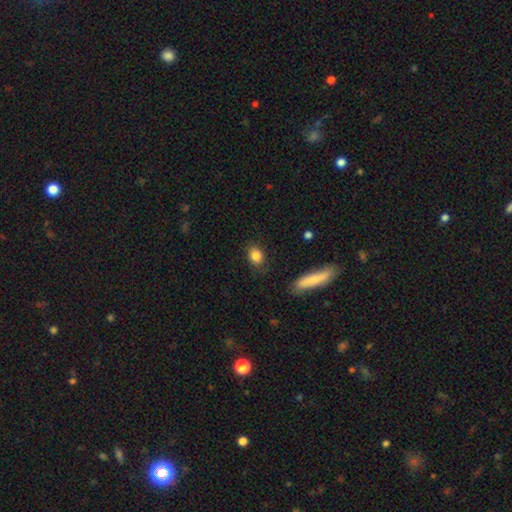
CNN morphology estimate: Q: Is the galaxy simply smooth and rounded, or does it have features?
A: smooth — 85%.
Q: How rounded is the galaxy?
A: in between — 58%.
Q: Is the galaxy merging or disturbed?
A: none — 82%.